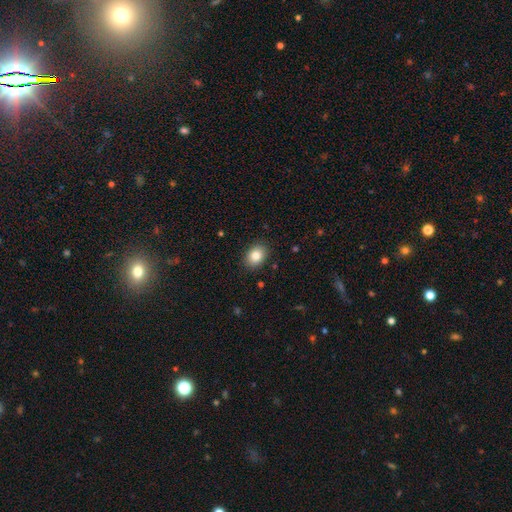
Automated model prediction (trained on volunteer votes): Overall: smooth (84%). How rounded: in between (64%; round 35%). Merging: none (88%).